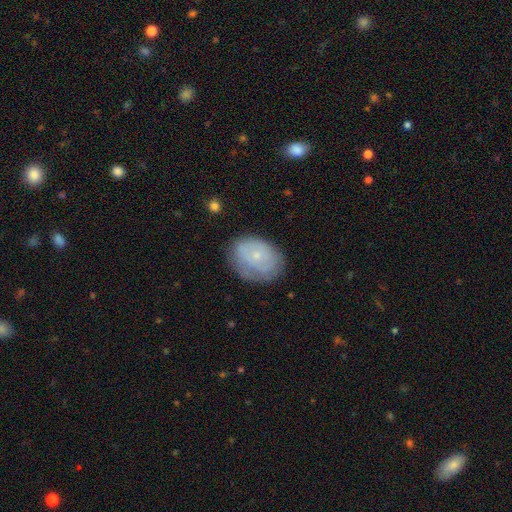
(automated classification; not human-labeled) Smooth or featured?
  - smooth: 50% *
  - featured or disk: 43%
  - star or artifact: 8%
Merging?
  - none: 67% *
  - minor disturbance: 23%
  - major disturbance: 8%
  - merger: 2%